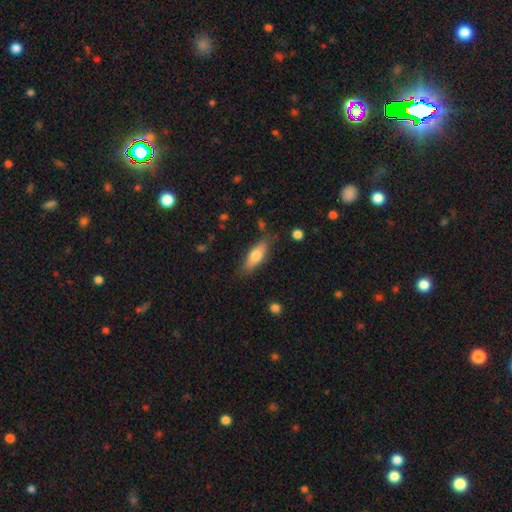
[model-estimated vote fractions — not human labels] smooth_or_featured: smooth (p=0.68) [alt: featured or disk p=0.26]
how_rounded: in between (p=0.62) [alt: cigar-shaped p=0.36]
merging: none (p=0.79) [alt: minor disturbance p=0.15]